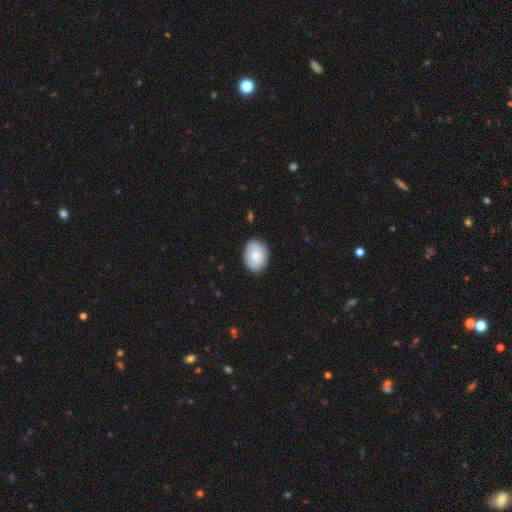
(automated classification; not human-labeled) This is likely a smooth galaxy (78%). How rounded: likely in between (69%). Merging: clearly none (84%).